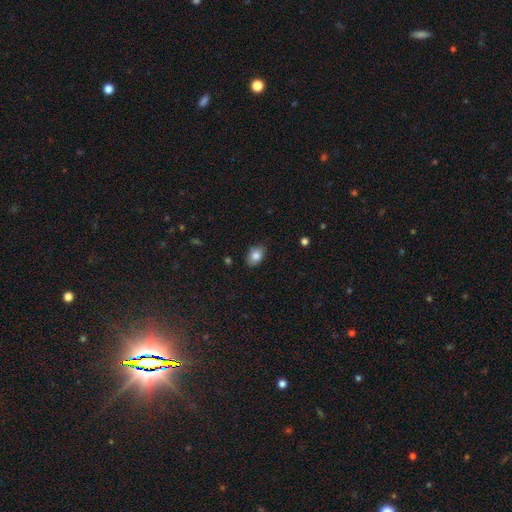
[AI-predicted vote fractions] This is clearly a smooth galaxy (83%). How rounded: clearly in between (87%). Merging: clearly none (83%).